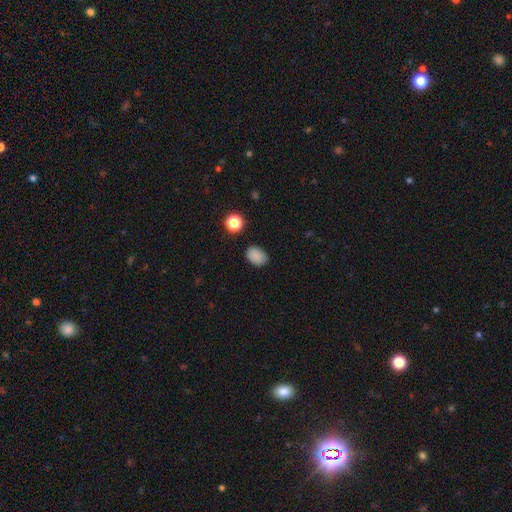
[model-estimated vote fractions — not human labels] The model was most divided on "how rounded": in between: 75%, round: 24%, cigar-shaped: 1%. More confident: smooth or featured — smooth (86%); merging — none (82%).